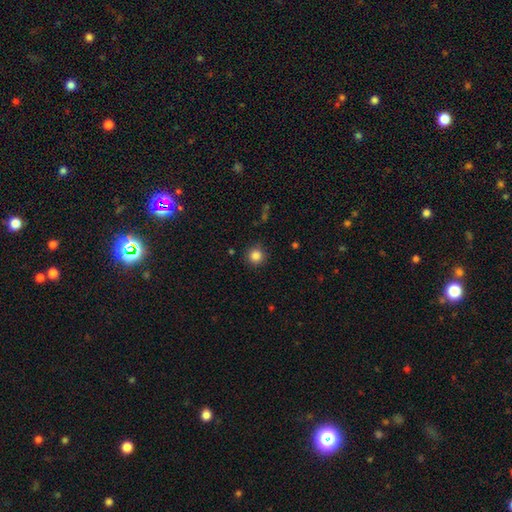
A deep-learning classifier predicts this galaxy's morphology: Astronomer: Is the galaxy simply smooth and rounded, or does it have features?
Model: smooth — 84%.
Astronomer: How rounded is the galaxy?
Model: round — 94%.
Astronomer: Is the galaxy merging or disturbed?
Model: none — 88%.